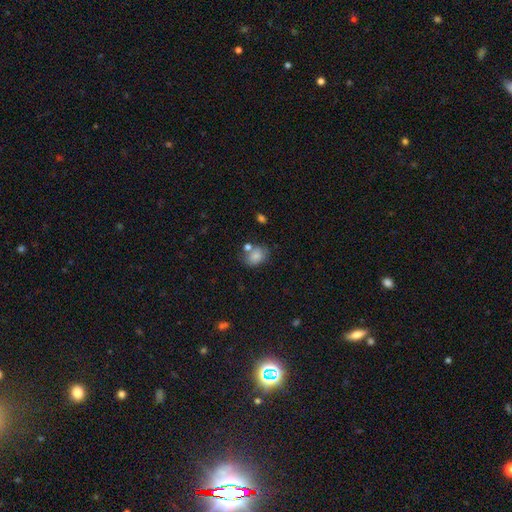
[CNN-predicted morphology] smooth_or_featured: smooth (p=0.81) [alt: featured or disk p=0.10]
how_rounded: in between (p=0.66) [alt: round p=0.32]
merging: none (p=0.55) [alt: minor disturbance p=0.20]